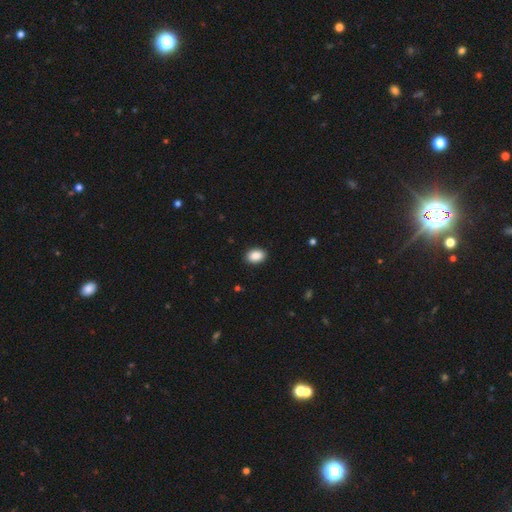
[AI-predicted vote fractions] A smooth galaxy with no disk features (90%) that is in between round and cigar-shaped (82%).

Vote fractions:
- Smooth or featured? smooth: 90% / star or artifact: 8% / featured or disk: 3%
- How rounded? in between: 82% / round: 17% / cigar-shaped: 1%
- Merging? none: 90% / minor disturbance: 7% / major disturbance: 2% / merger: 1%